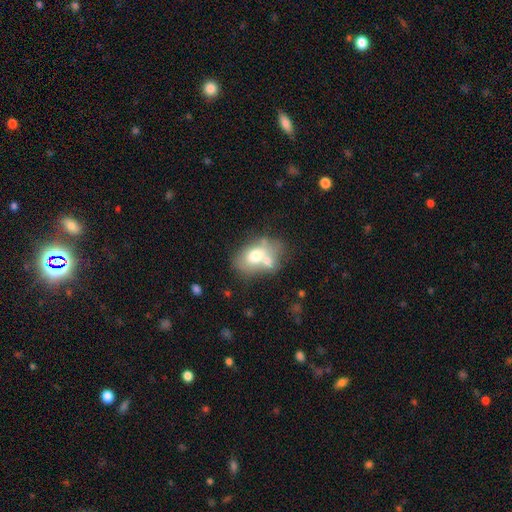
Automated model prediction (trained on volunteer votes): Smooth or featured? Predicted: smooth (p=0.62). How rounded? Predicted: in between (p=0.77). Merging? Predicted: merger (p=0.51).